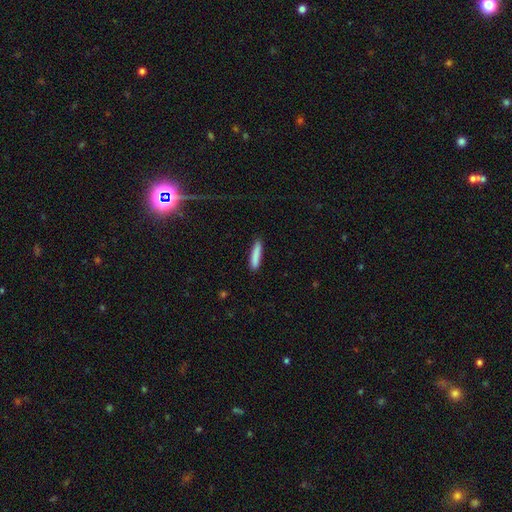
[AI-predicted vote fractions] Morphology: type=smooth (87%); roundness=cigar-shaped (88%); merging=none (88%).